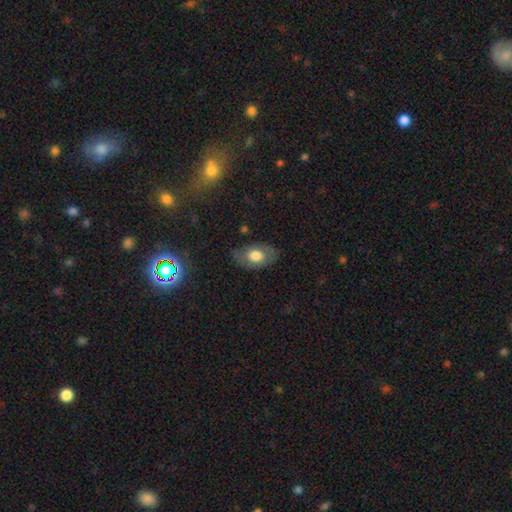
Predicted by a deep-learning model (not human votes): smooth-or-featured: smooth: 65% | featured or disk: 28% | star or artifact: 7%
  how-rounded: in between: 89% | round: 10% | cigar-shaped: 2%
  merging: none: 76% | minor disturbance: 18% | major disturbance: 5% | merger: 1%